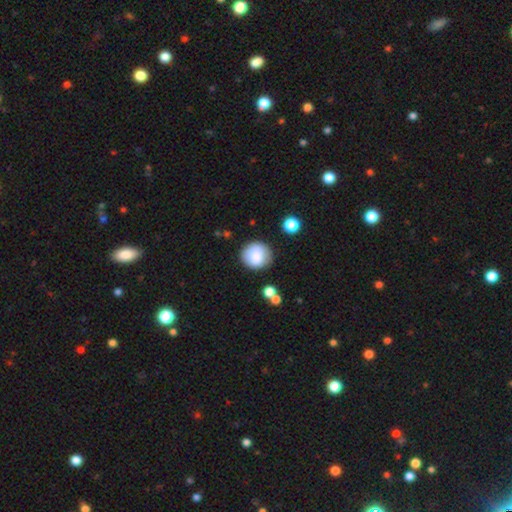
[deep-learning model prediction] Smooth or featured: smooth — 86% (star or artifact — 8%)
How rounded: round — 91% (in between — 8%)
Merging: none — 83% (minor disturbance — 11%)